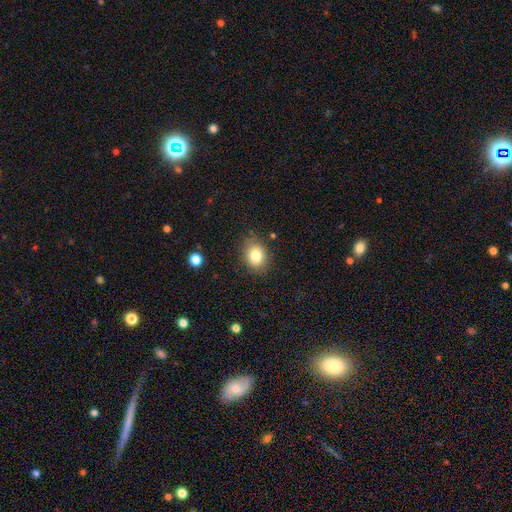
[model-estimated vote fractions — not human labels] Smooth or featured: smooth — 81% (star or artifact — 10%)
How rounded: in between — 54% (round — 45%)
Merging: none — 81% (minor disturbance — 14%)